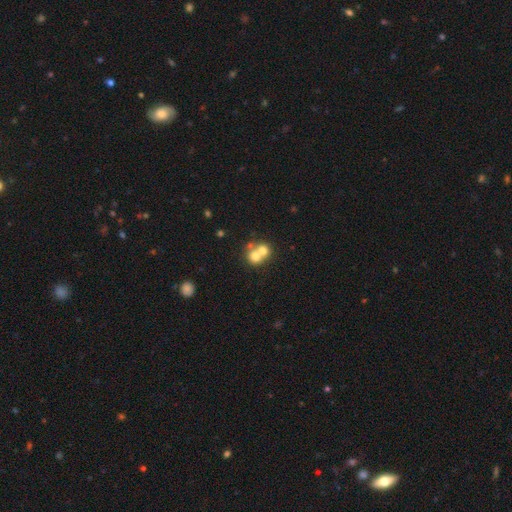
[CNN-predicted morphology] Smooth or featured? smooth (68%)
How rounded? round (79%)
Merging? merger (65%)